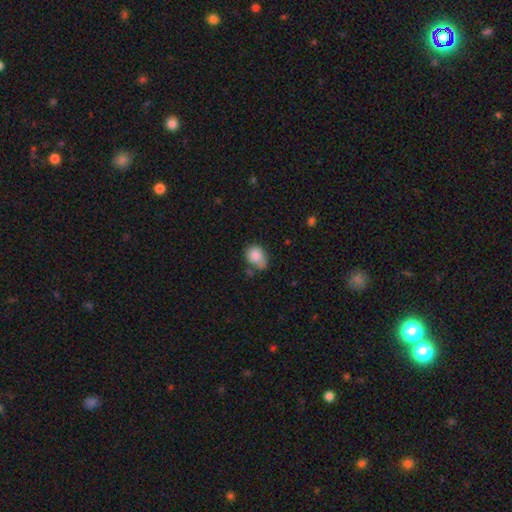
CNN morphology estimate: smooth 84%, star or artifact 8%, featured or disk 8%. Down the decision tree: how rounded — in between (56%); merging — none (43%).